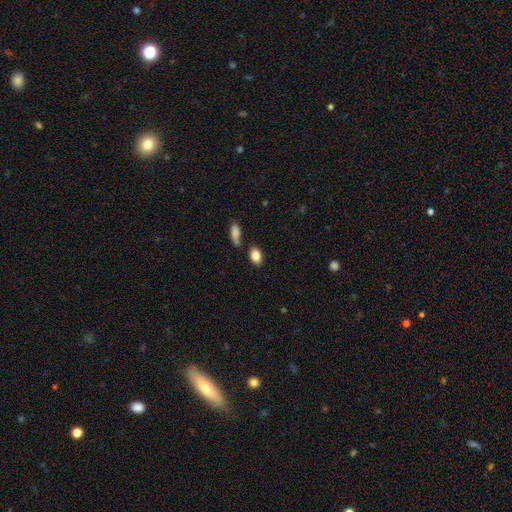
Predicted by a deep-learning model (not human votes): This appears to be a smooth galaxy with no disk features (85%) that is in between round and cigar-shaped (80%). Merging: none (73%).